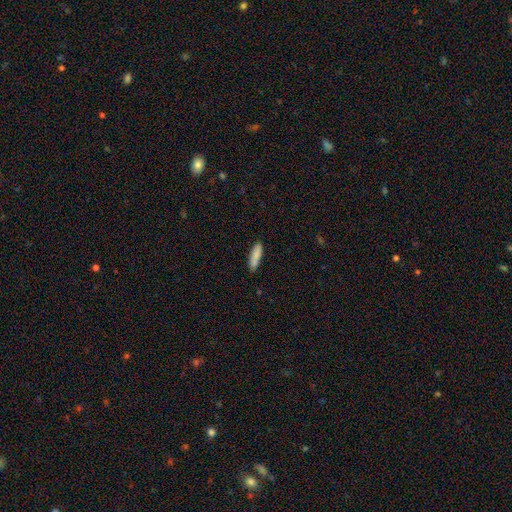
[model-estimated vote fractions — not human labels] This is clearly a smooth galaxy (84%). How rounded: likely cigar-shaped (62%). Merging: clearly none (84%).